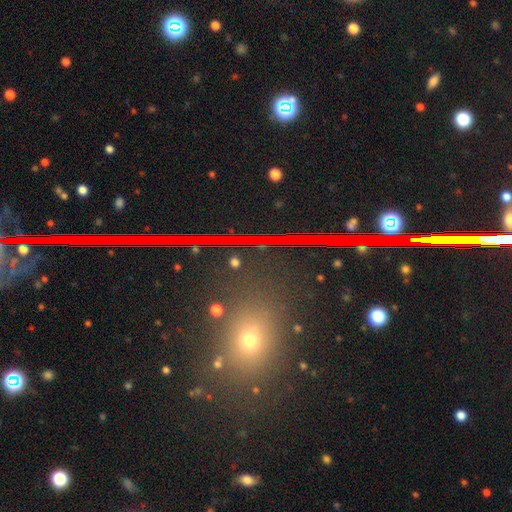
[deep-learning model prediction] This appears to be a star or artifact, not a galaxy (51%).